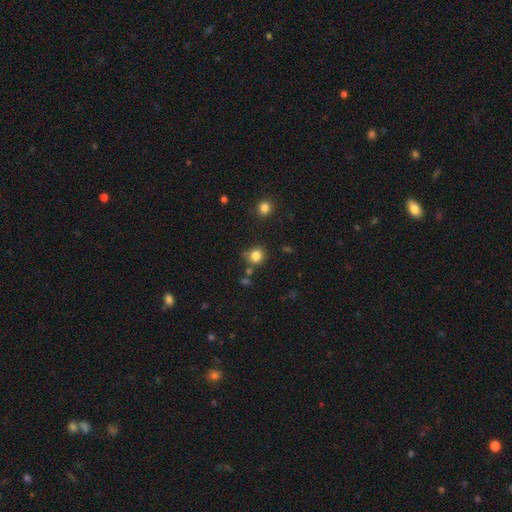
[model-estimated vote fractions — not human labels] The model was most divided on "merging": none: 74%, minor disturbance: 14%, merger: 8%, major disturbance: 4%. More confident: how rounded — round (86%); smooth or featured — smooth (82%).